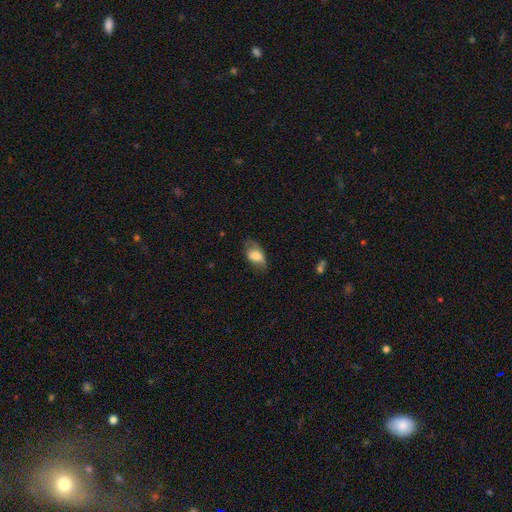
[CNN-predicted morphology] A smooth galaxy with no disk features (71%) that is in between round and cigar-shaped (89%). Merging: none (50%).